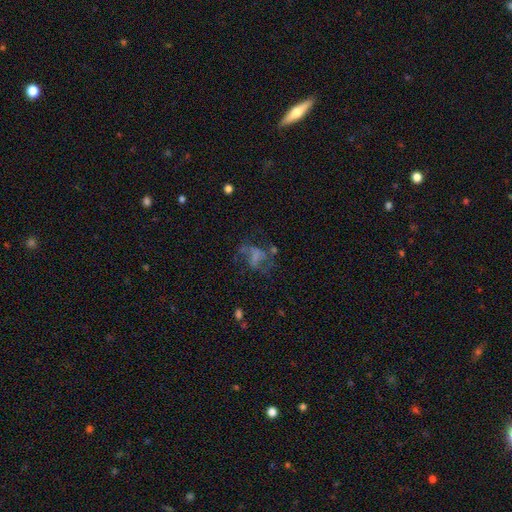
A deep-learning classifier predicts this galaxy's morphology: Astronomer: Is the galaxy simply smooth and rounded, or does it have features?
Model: featured or disk — 48% (runner-up: smooth, 34%).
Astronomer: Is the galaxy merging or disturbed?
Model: major disturbance — 39% (runner-up: none, 35%).